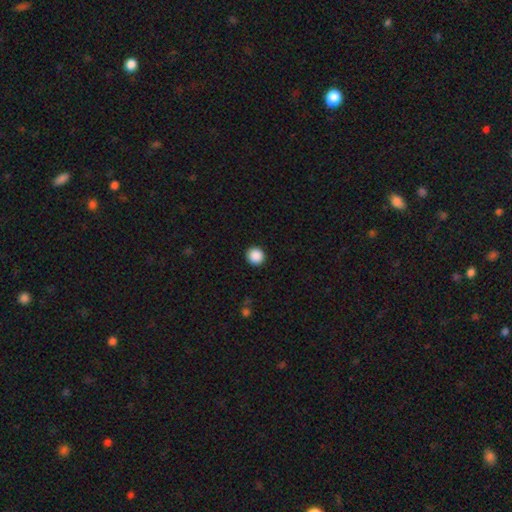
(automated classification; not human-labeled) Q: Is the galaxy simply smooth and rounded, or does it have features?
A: smooth — 89%.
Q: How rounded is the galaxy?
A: round — 95%.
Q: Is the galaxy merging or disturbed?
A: none — 93%.